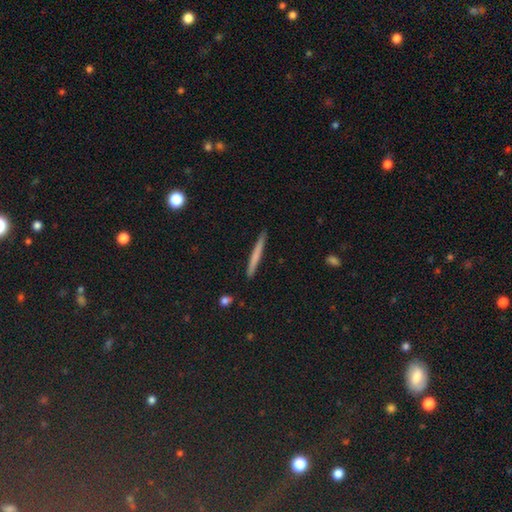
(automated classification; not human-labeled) Smooth or featured?
  - smooth: 63% *
  - featured or disk: 31%
  - star or artifact: 7%
How rounded?
  - cigar-shaped: 97% *
  - in between: 2%
  - round: 1%
Merging?
  - none: 91% *
  - minor disturbance: 7%
  - major disturbance: 1%
  - merger: 1%